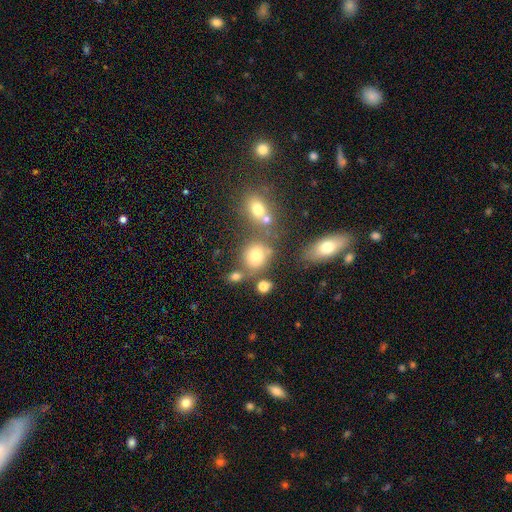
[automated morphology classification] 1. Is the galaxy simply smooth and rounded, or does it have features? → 73% smooth, 15% star or artifact, 12% featured or disk.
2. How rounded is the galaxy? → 69% round, 30% in between, 2% cigar-shaped.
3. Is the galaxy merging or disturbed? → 56% none, 23% merger, 14% minor disturbance, 7% major disturbance.